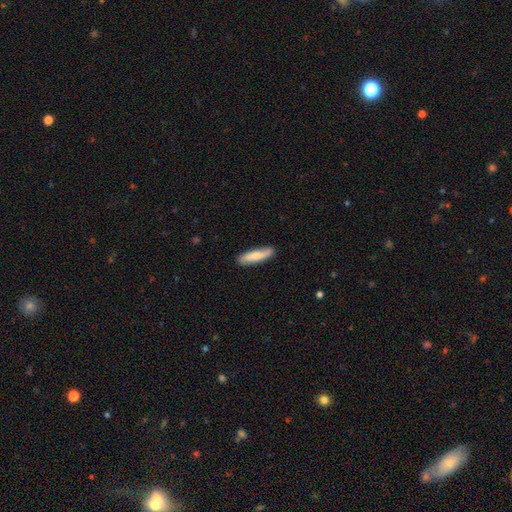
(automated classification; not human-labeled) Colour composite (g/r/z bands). It shows a smooth galaxy with no disk features (72%) that is cigar-shaped (74%). Merging: none (82%).